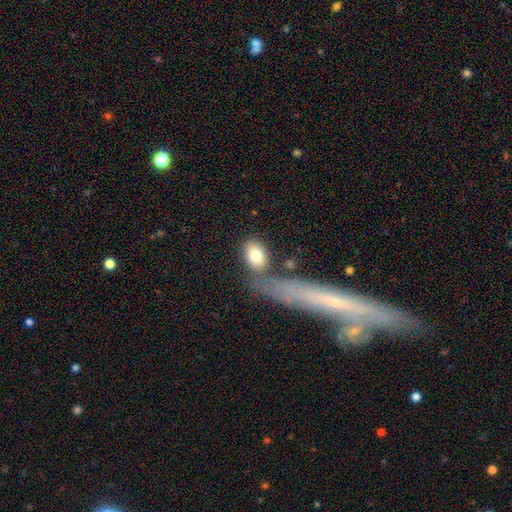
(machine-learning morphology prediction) Smooth or featured: smooth — 78% (featured or disk — 15%)
How rounded: in between — 80% (round — 17%)
Merging: none — 67% (minor disturbance — 14%)